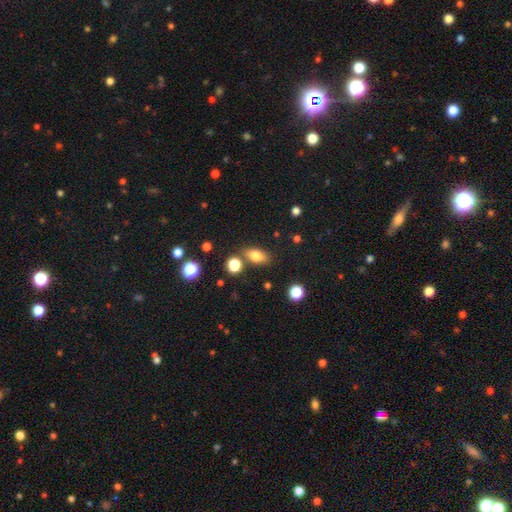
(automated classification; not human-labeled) A smooth galaxy with no disk features (77%) that is in between round and cigar-shaped (82%). Merging: none (78%).